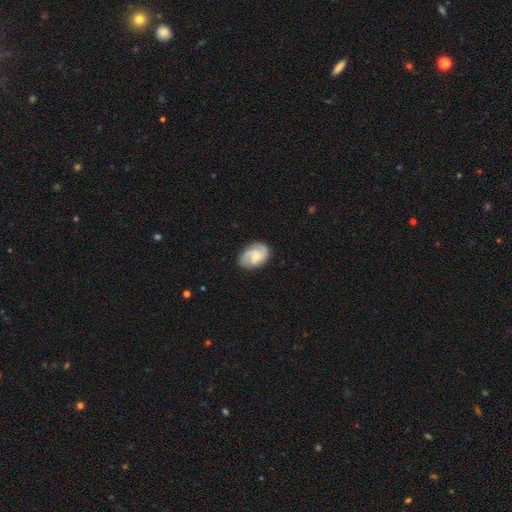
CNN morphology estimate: featured or disk 69%, smooth 25%, star or artifact 6%. Down the decision tree: edge-on disk — no (97%); bar — no (59%); spiral arms — yes (94%); spiral arm count — 2 (48%); spiral winding — medium (45%); bulge size — small (49%); merging — none (73%).